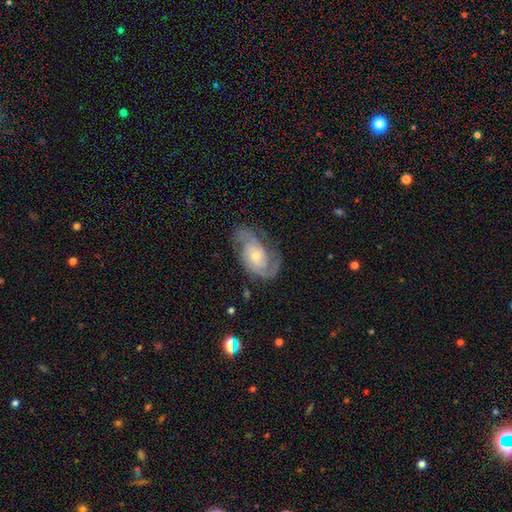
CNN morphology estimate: Q: Smooth or featured?
A: featured or disk (85%); runner-up: smooth (9%)
Q: Edge-on disk?
A: no (97%); runner-up: yes (3%)
Q: Bar?
A: no (67%); runner-up: weak (27%)
Q: Spiral arms?
A: yes (96%); runner-up: no (4%)
Q: Spiral winding?
A: medium (48%); runner-up: tight (34%)
Q: Spiral arm count?
A: 2 (76%); runner-up: can't tell (8%)
Q: Bulge size?
A: small (55%); runner-up: moderate (38%)
Q: Merging?
A: none (70%); runner-up: minor disturbance (18%)